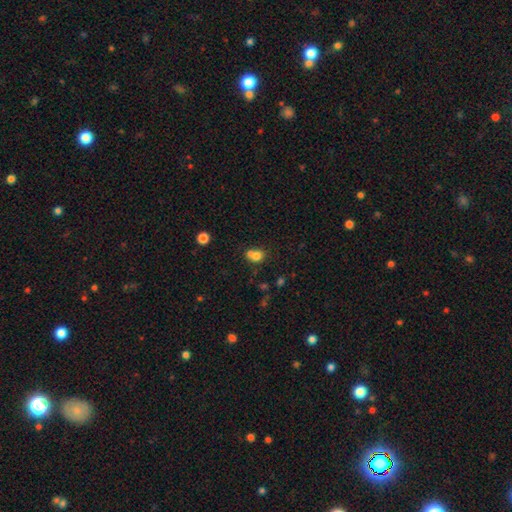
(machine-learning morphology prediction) Smooth or featured? Predicted: smooth (p=0.76). How rounded? Predicted: round (p=0.65). Merging? Predicted: merger (p=0.47).